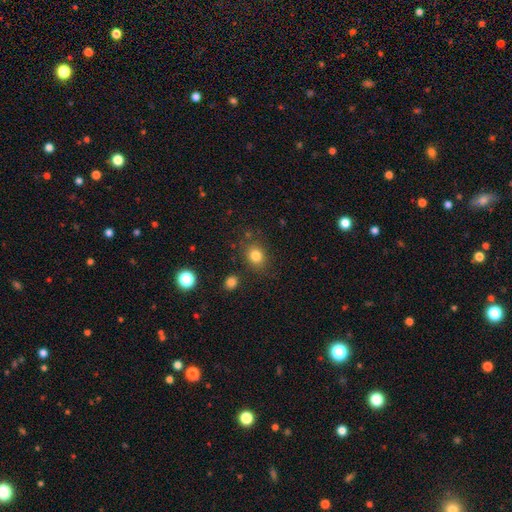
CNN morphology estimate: smooth 82%, star or artifact 12%, featured or disk 6%. Down the decision tree: how rounded — round (61%); merging — none (81%).